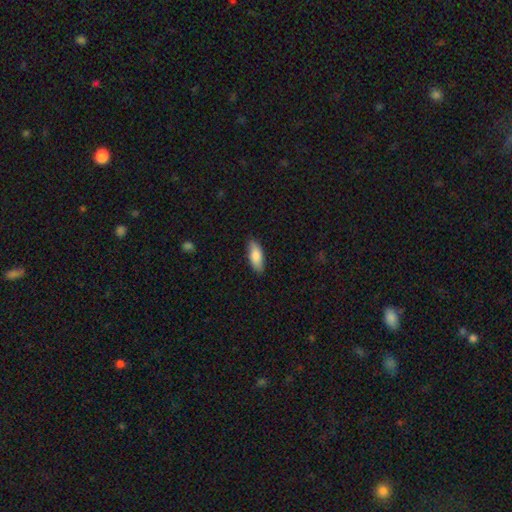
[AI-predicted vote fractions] Smooth or featured: smooth — 82% (featured or disk — 12%)
How rounded: in between — 79% (cigar-shaped — 19%)
Merging: none — 83% (minor disturbance — 14%)